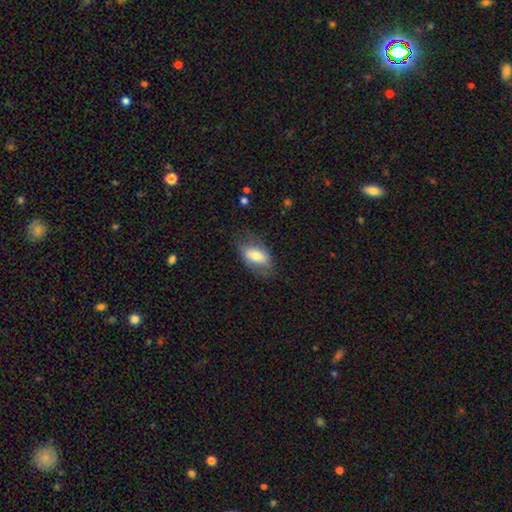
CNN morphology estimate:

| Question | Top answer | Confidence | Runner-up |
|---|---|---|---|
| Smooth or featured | smooth | 69% | featured or disk (25%) |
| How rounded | in between | 90% | round (5%) |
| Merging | none | 65% | minor disturbance (23%) |